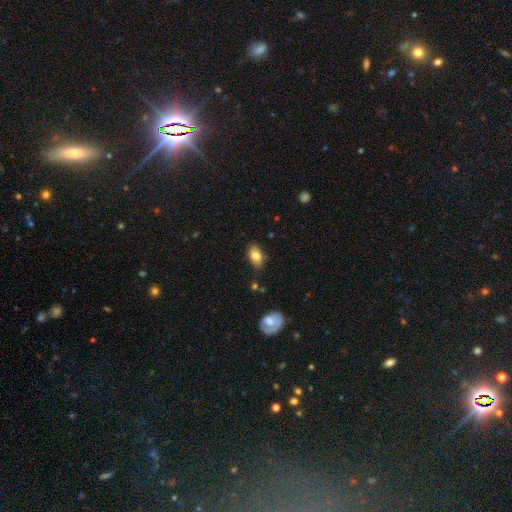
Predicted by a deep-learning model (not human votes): Smooth or featured: smooth — 82% (featured or disk — 10%)
How rounded: in between — 90% (round — 8%)
Merging: none — 82% (minor disturbance — 13%)